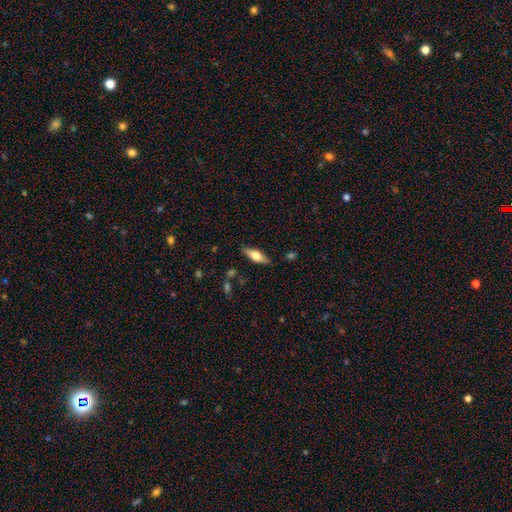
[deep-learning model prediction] A smooth galaxy with no disk features (48%).

Vote fractions:
- Smooth or featured? smooth: 48% / featured or disk: 45% / star or artifact: 6%
- Merging? none: 84% / minor disturbance: 12% / major disturbance: 2% / merger: 2%